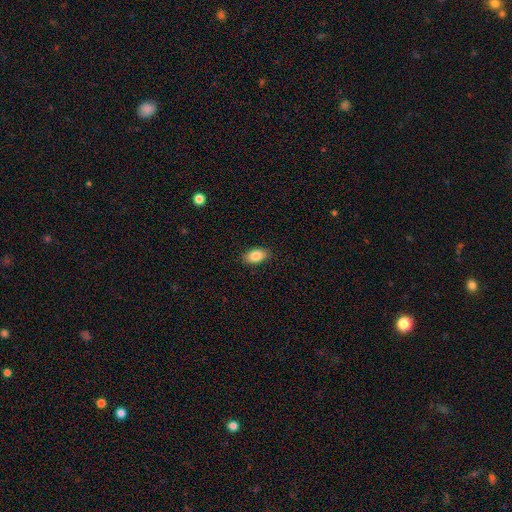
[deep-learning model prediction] smooth-or-featured: smooth: 86% | star or artifact: 8% | featured or disk: 6%
  how-rounded: in between: 92% | round: 6% | cigar-shaped: 2%
  merging: none: 89% | minor disturbance: 8% | major disturbance: 2% | merger: 1%